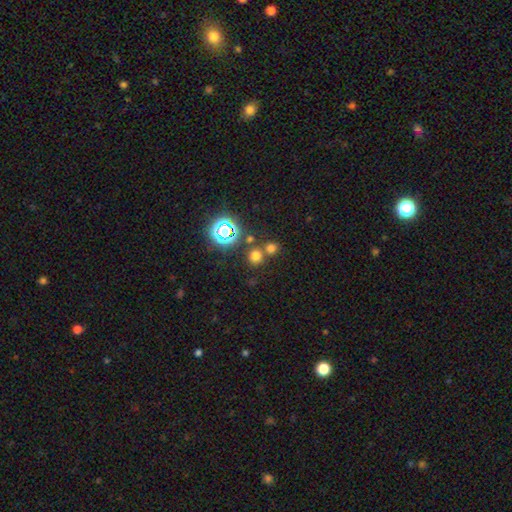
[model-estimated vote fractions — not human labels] A smooth galaxy with no disk features (66%) that is round (89%). Merging: none (67%).